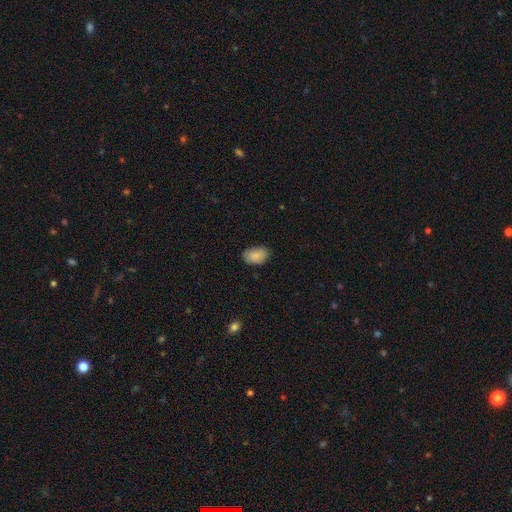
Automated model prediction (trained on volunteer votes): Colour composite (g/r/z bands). It shows a smooth galaxy with no disk features (86%) that is in between round and cigar-shaped (86%). Merging: none (76%).